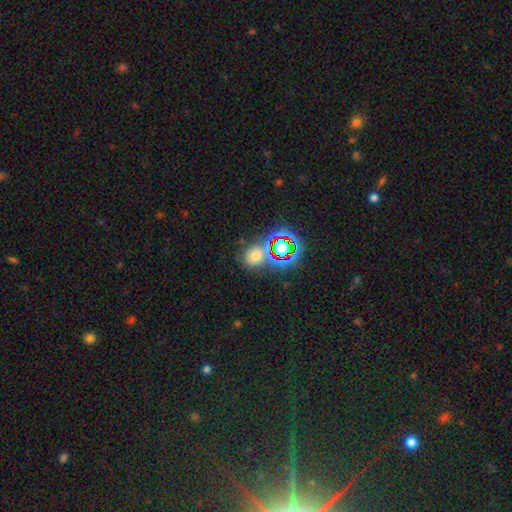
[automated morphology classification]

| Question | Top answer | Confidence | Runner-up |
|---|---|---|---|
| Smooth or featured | smooth | 52% | star or artifact (36%) |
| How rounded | round | 57% | in between (41%) |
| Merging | none | 64% | merger (15%) |